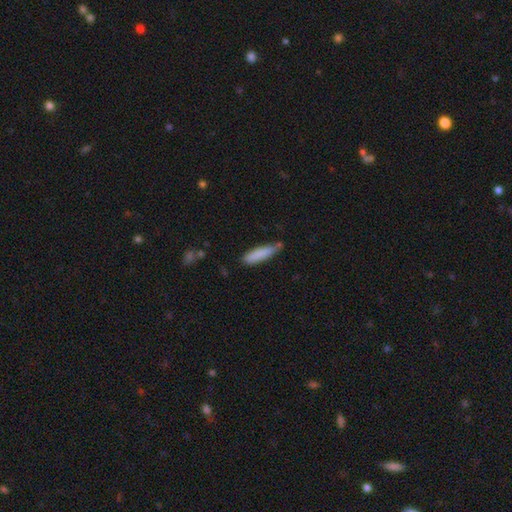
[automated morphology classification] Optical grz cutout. It shows a smooth galaxy with no disk features (84%) that is cigar-shaped (80%). Merging: none (71%).